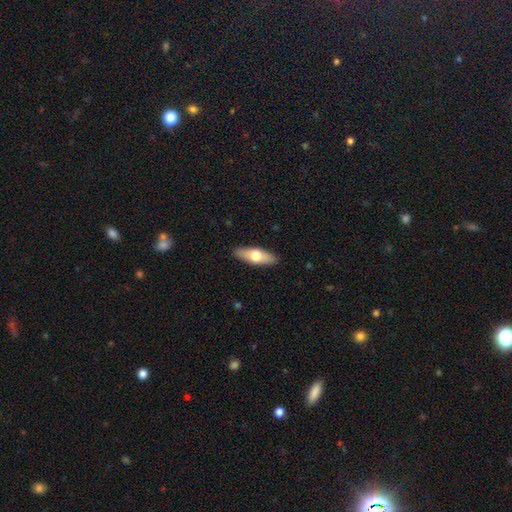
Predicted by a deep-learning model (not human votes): Smooth or featured? smooth (60%)
How rounded? in between (61%)
Merging? none (89%)